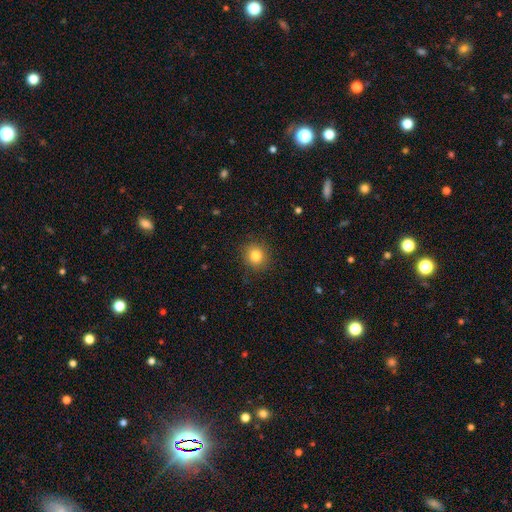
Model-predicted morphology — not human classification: Smooth or featured? smooth (82%)
How rounded? round (89%)
Merging? none (90%)